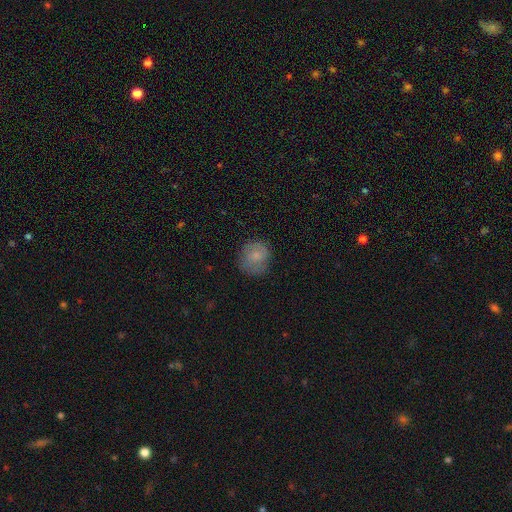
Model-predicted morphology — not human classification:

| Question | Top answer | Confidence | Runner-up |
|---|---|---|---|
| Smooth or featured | smooth | 76% | featured or disk (16%) |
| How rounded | round | 80% | in between (19%) |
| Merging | none | 71% | minor disturbance (22%) |